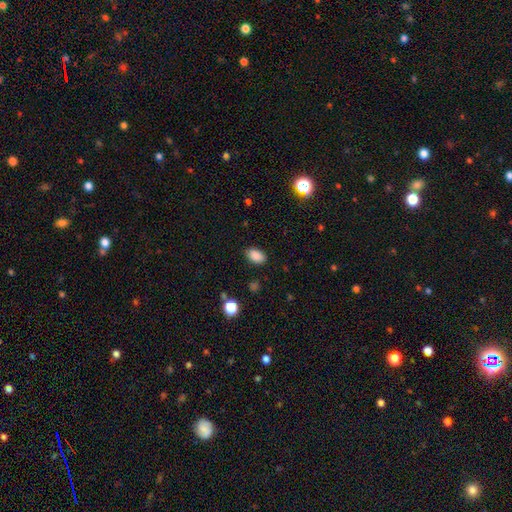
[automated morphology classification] smooth-or-featured: smooth: 87% | star or artifact: 9% | featured or disk: 3%
  how-rounded: in between: 89% | round: 9% | cigar-shaped: 1%
  merging: none: 86% | minor disturbance: 10% | major disturbance: 3% | merger: 1%